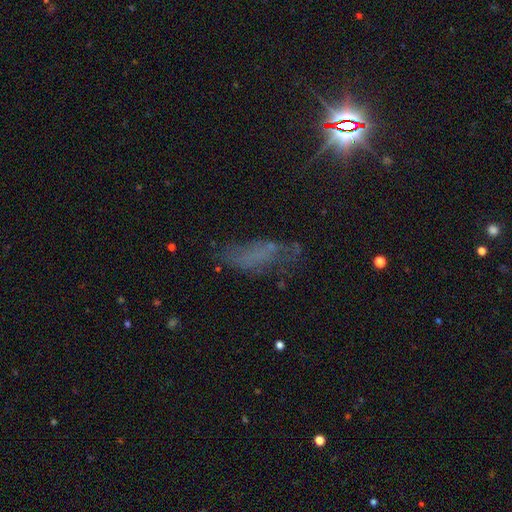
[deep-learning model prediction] A smooth galaxy with no disk features (37%). Merging: none (46%).